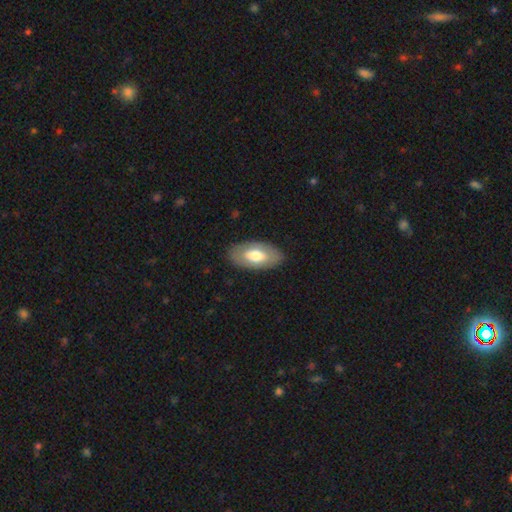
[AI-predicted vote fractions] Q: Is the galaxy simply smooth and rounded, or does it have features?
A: smooth — 60%.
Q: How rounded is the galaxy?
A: in between — 93%.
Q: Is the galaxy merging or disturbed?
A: none — 85%.